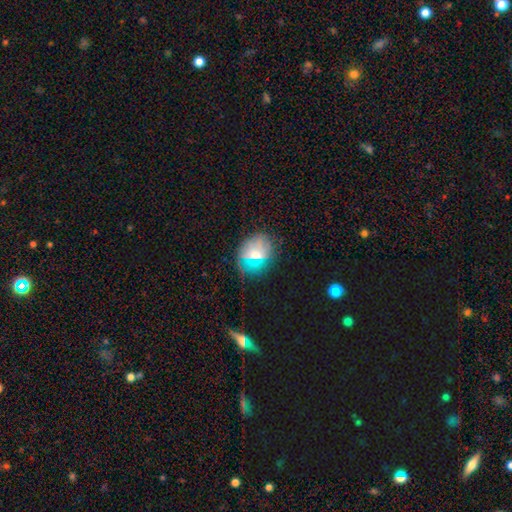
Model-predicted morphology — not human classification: Q: Smooth or featured?
A: smooth (62%); runner-up: star or artifact (20%)
Q: How rounded?
A: round (61%); runner-up: in between (37%)
Q: Merging?
A: none (79%); runner-up: minor disturbance (14%)